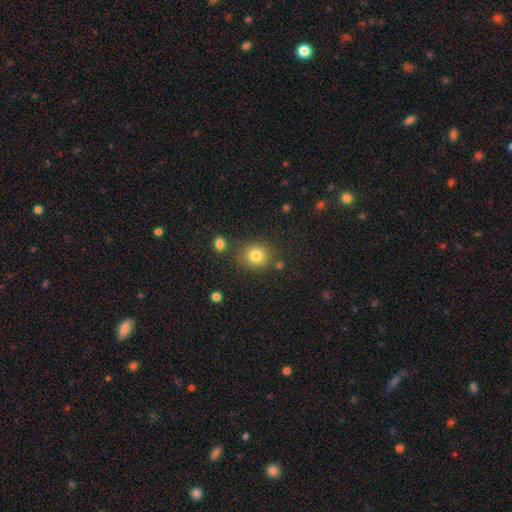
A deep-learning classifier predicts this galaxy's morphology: smooth-or-featured: smooth: 82% | star or artifact: 11% | featured or disk: 7%
  how-rounded: round: 82% | in between: 17% | cigar-shaped: 1%
  merging: none: 80% | minor disturbance: 10% | merger: 6% | major disturbance: 4%